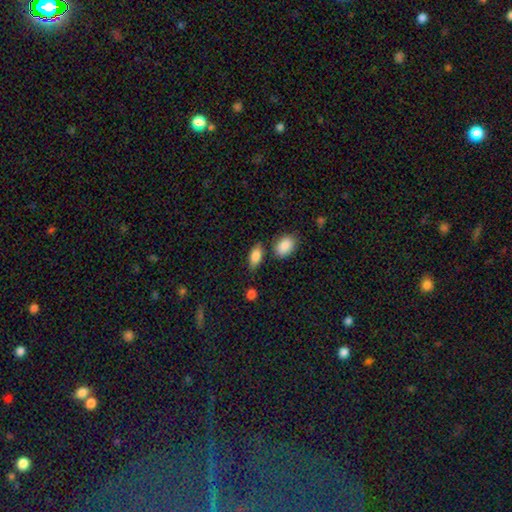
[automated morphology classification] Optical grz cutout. It shows a smooth galaxy with no disk features (83%) that is in between round and cigar-shaped (87%). Merging: none (72%).